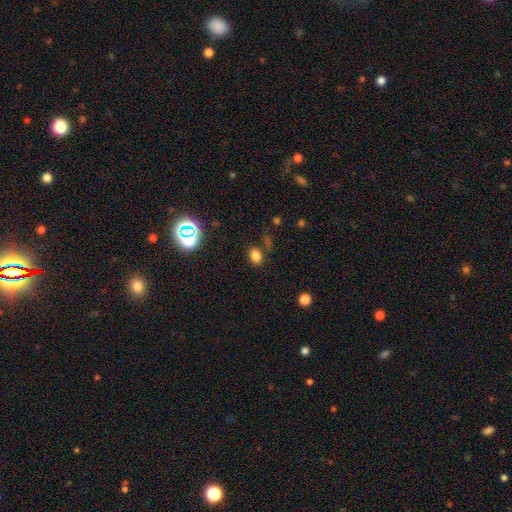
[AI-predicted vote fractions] Smooth or featured? smooth (76%)
How rounded? in between (68%)
Merging? none (76%)